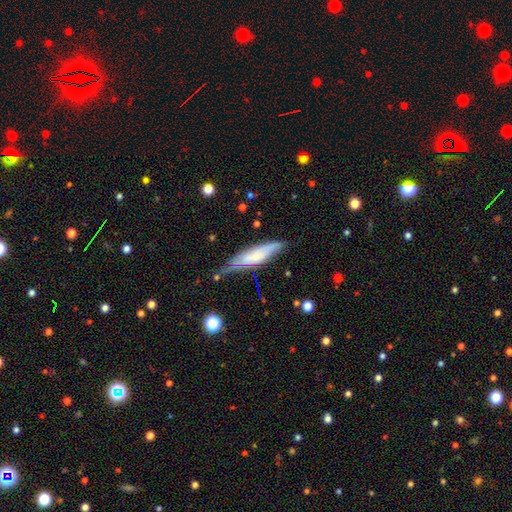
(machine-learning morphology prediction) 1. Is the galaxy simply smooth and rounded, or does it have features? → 47% smooth, 46% featured or disk, 7% star or artifact.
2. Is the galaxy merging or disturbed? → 54% none, 33% minor disturbance, 9% major disturbance, 4% merger.